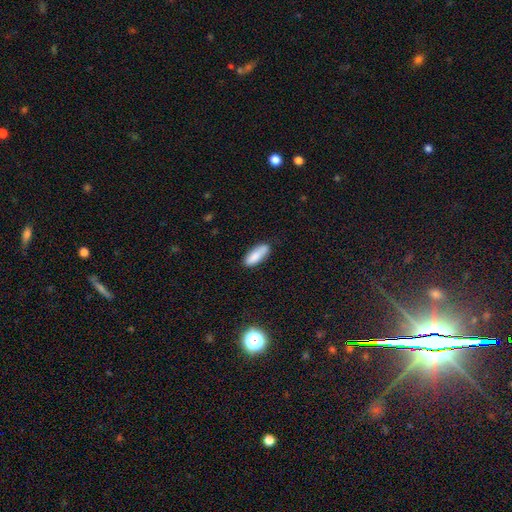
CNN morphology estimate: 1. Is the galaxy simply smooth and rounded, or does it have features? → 85% smooth, 9% featured or disk, 6% star or artifact.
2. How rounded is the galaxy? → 67% in between, 31% cigar-shaped, 2% round.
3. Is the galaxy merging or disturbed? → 80% none, 15% minor disturbance, 3% major disturbance, 2% merger.